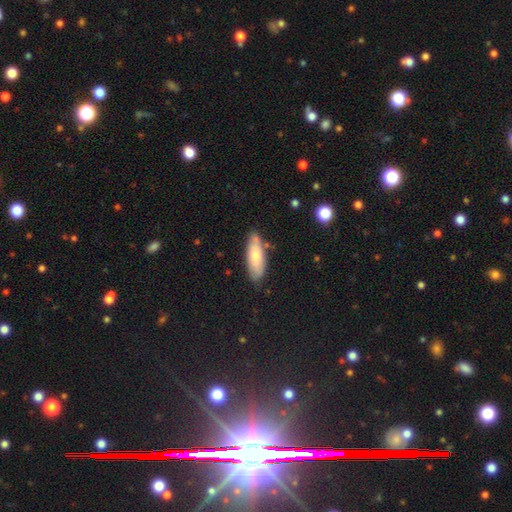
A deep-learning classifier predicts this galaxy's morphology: type=smooth (70%); roundness=in between (66%); merging=none (77%).